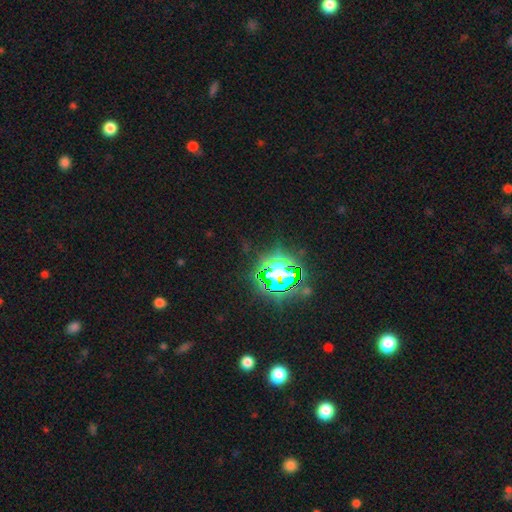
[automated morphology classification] smooth-or-featured: star or artifact: 77% | smooth: 15% | featured or disk: 8%